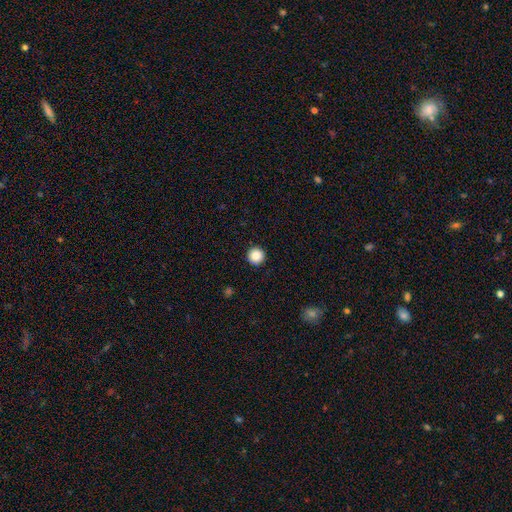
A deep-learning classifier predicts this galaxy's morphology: smooth 86%, star or artifact 10%, featured or disk 4%. Down the decision tree: how rounded — round (97%); merging — none (93%).